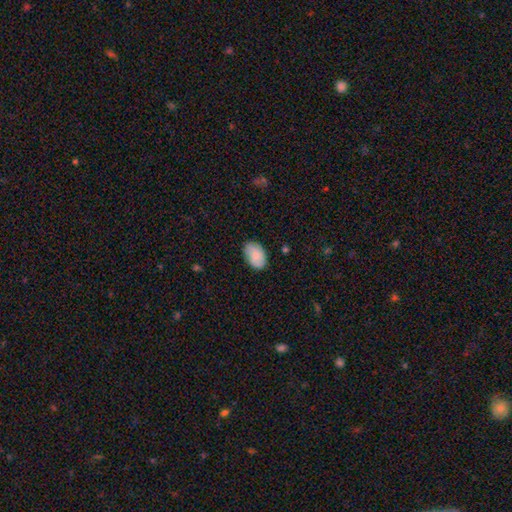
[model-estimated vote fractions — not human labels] The model was most divided on "merging": none: 79%, minor disturbance: 17%, major disturbance: 3%, merger: 1%. More confident: how rounded — in between (90%); smooth or featured — smooth (86%).